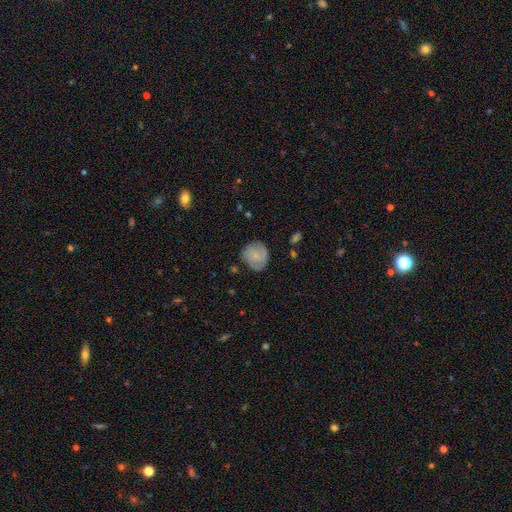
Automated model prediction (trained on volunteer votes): A smooth galaxy with no disk features (54%) that is round (84%). Merging: none (74%).